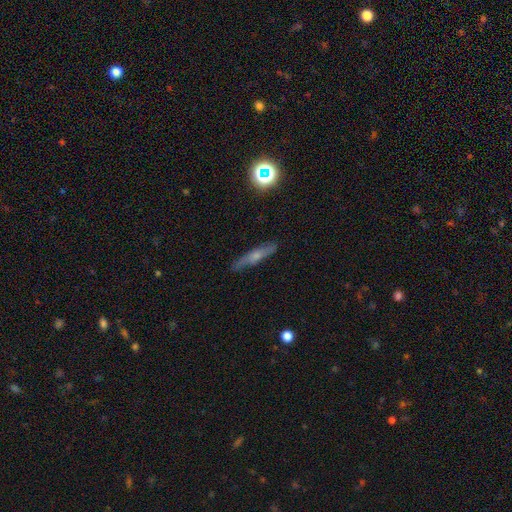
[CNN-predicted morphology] Smooth or featured: featured or disk — 48% (smooth — 42%)
Merging: none — 82% (minor disturbance — 13%)